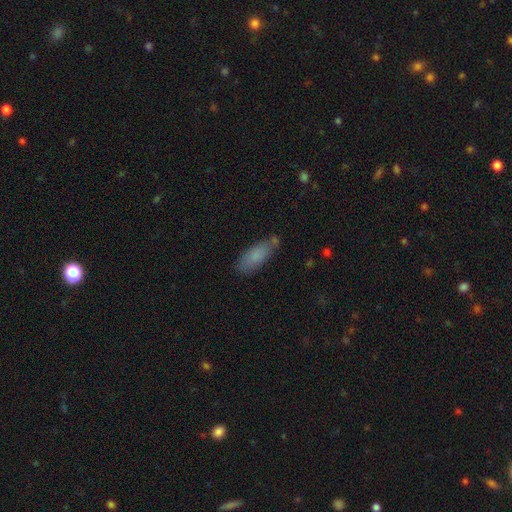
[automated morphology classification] This is clearly a smooth galaxy (82%). How rounded: likely in between (70%). Merging: likely none (68%).